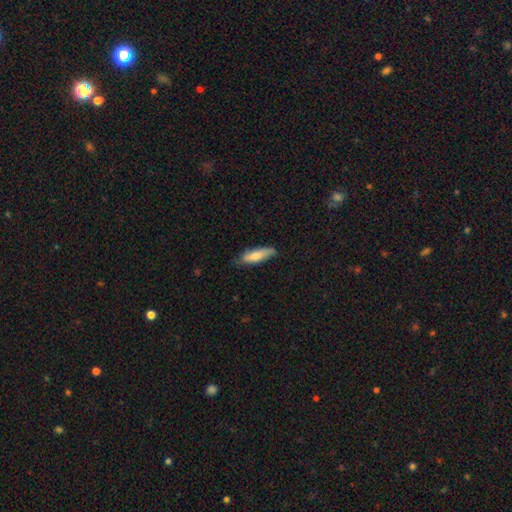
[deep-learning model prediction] This appears to be a smooth galaxy with no disk features (74%) that is cigar-shaped (51%). Merging: none (69%).